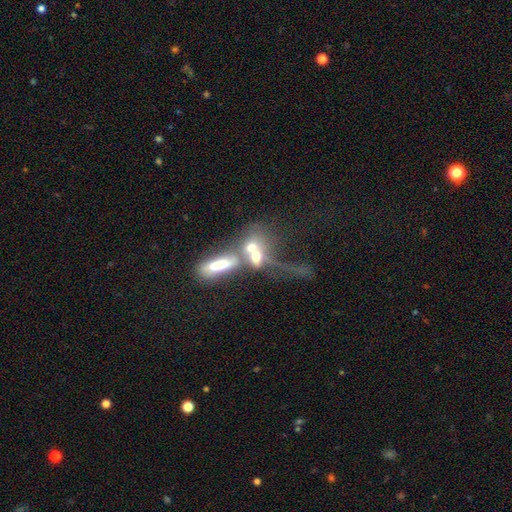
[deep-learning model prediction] smooth_or_featured: smooth (p=0.54) [alt: featured or disk p=0.32]
how_rounded: in between (p=0.55) [alt: round p=0.30]
merging: merger (p=0.64) [alt: none p=0.15]